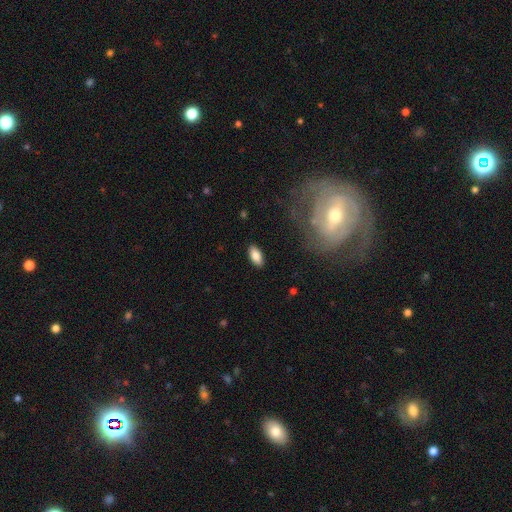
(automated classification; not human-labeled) Morphology: type=smooth (84%); roundness=in between (90%); merging=none (88%).